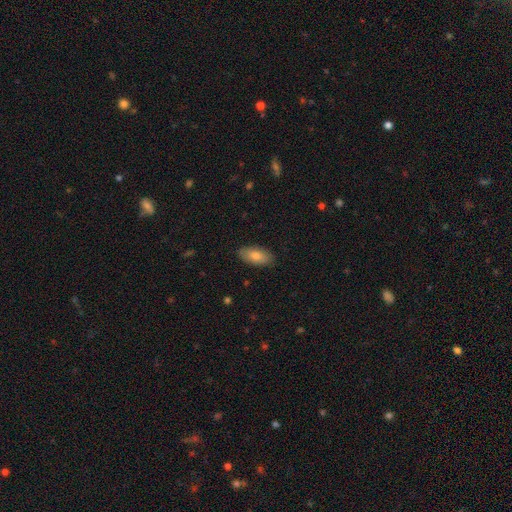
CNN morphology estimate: Smooth or featured? Predicted: smooth (p=0.78). How rounded? Predicted: in between (p=0.90). Merging? Predicted: none (p=0.88).